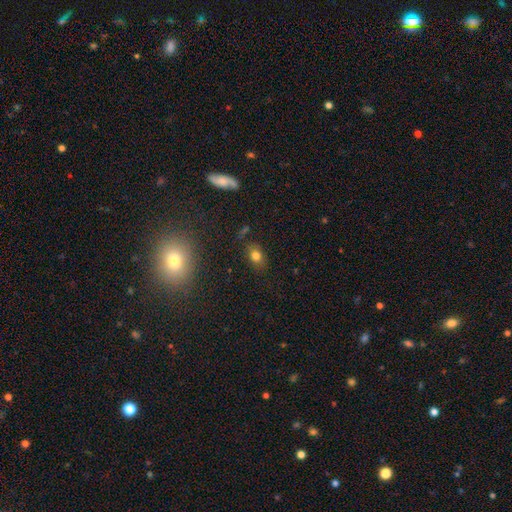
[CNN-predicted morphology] A smooth galaxy with no disk features (77%) that is in between round and cigar-shaped (70%).

Vote fractions:
- Smooth or featured? smooth: 77% / star or artifact: 14% / featured or disk: 9%
- How rounded? in between: 70% / round: 28% / cigar-shaped: 2%
- Merging? none: 78% / minor disturbance: 15% / major disturbance: 4% / merger: 3%